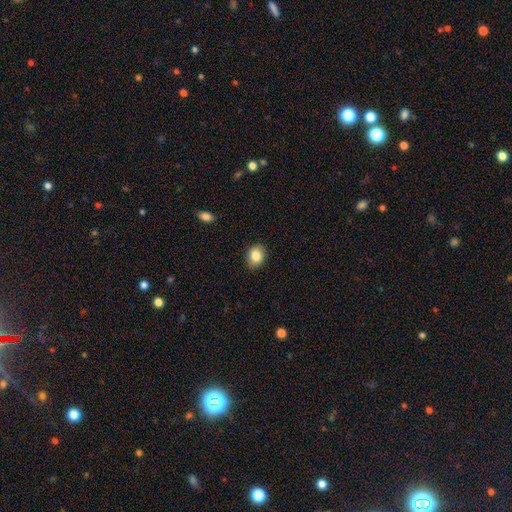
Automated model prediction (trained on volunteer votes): smooth-or-featured: smooth: 85% | star or artifact: 9% | featured or disk: 6%
  how-rounded: in between: 52% | round: 47% | cigar-shaped: 1%
  merging: none: 86% | minor disturbance: 11% | major disturbance: 2% | merger: 1%